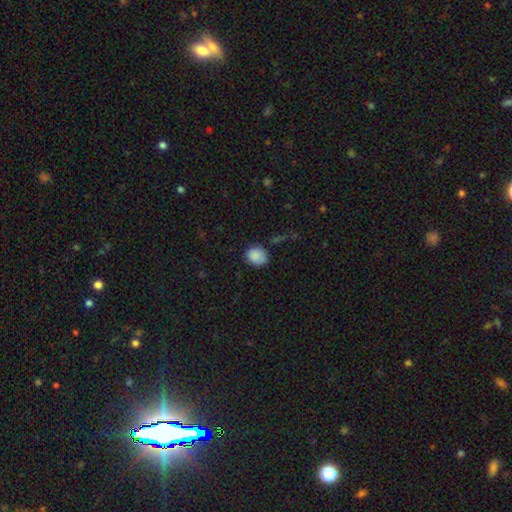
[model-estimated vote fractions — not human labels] A smooth galaxy with no disk features (87%) that is round (73%). Merging: none (74%).